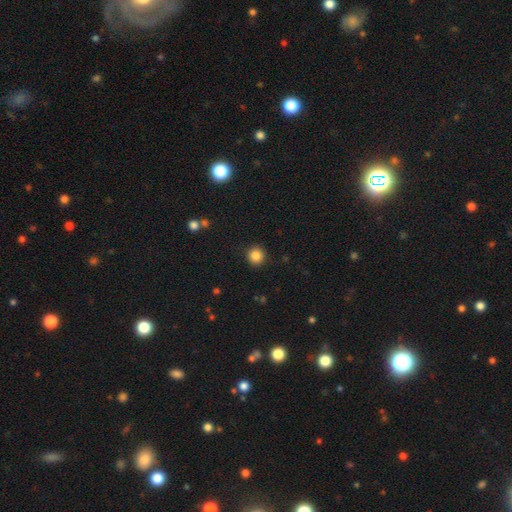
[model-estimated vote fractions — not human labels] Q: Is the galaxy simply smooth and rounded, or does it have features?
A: smooth — 86%.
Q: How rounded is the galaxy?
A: round — 94%.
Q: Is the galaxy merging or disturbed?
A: none — 92%.